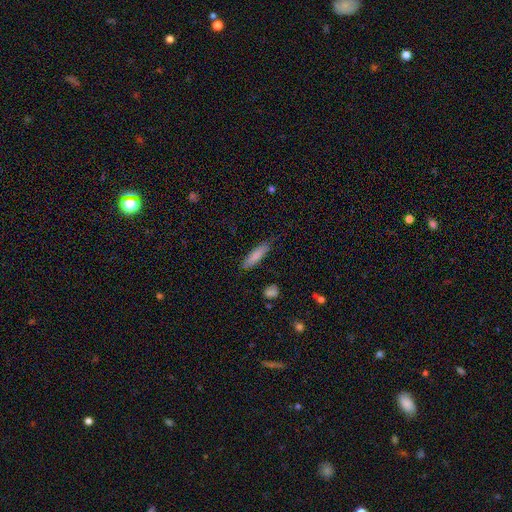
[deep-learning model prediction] Smooth or featured? Predicted: smooth (p=0.80). How rounded? Predicted: cigar-shaped (p=0.68). Merging? Predicted: none (p=0.82).